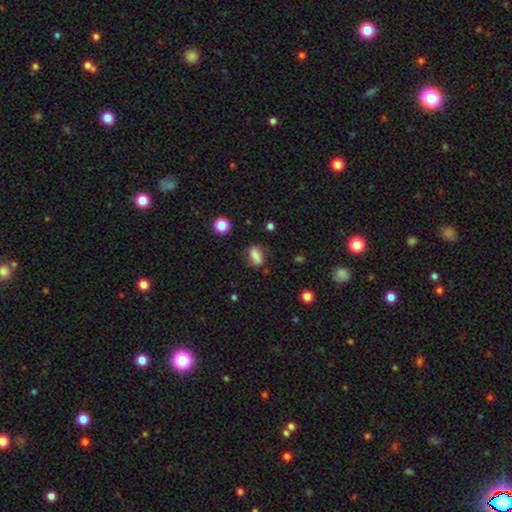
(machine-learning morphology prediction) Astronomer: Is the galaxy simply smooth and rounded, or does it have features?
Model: smooth — 81%.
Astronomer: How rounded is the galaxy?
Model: in between — 77%.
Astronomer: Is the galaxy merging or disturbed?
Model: none — 72%.